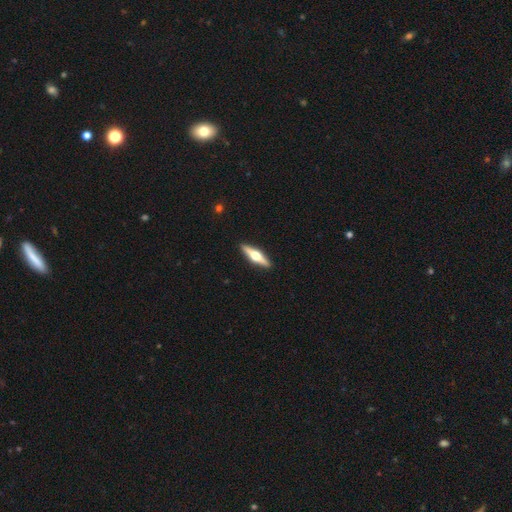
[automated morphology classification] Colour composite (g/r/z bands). It shows a featured or disk galaxy (70%) viewed edge-on (97%) with a rounded central bulge (96%). Merging: none (92%).